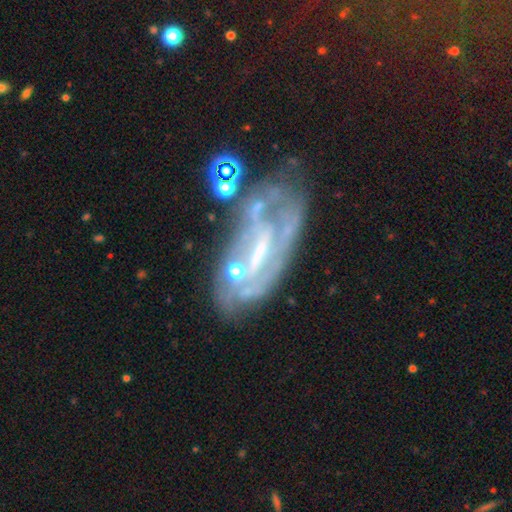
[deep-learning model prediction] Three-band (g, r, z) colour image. It shows a featured or disk galaxy (74%) with a weak bar (37%), spiral arms (59%) and a small central bulge (37%). Merging: none (44%).